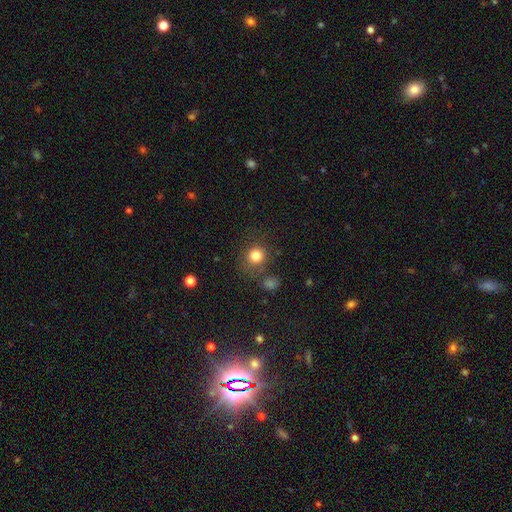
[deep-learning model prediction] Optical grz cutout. It shows a smooth galaxy with no disk features (81%) that is round (88%). Merging: none (74%).